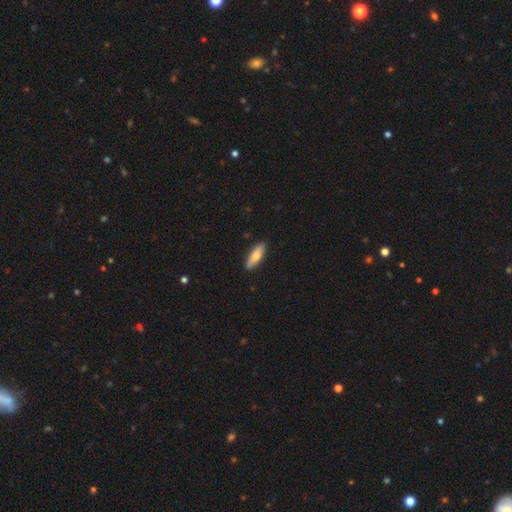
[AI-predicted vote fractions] A smooth galaxy with no disk features (72%) that is in between round and cigar-shaped (51%).

Vote fractions:
- Smooth or featured? smooth: 72% / featured or disk: 22% / star or artifact: 5%
- How rounded? in between: 51% / cigar-shaped: 47% / round: 2%
- Merging? none: 89% / minor disturbance: 8% / major disturbance: 2% / merger: 1%